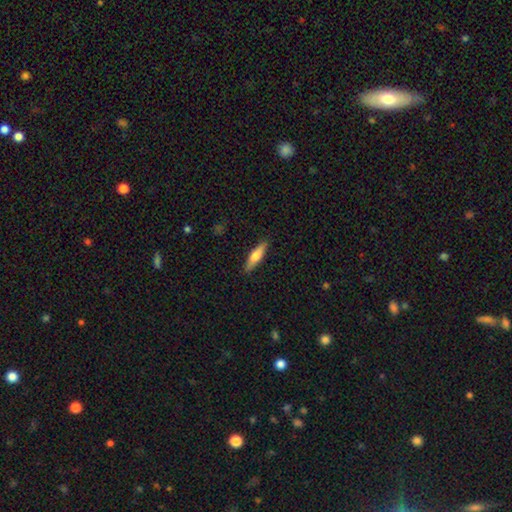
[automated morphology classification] This is likely a smooth galaxy (61%). How rounded: likely cigar-shaped (72%). Merging: clearly none (88%).